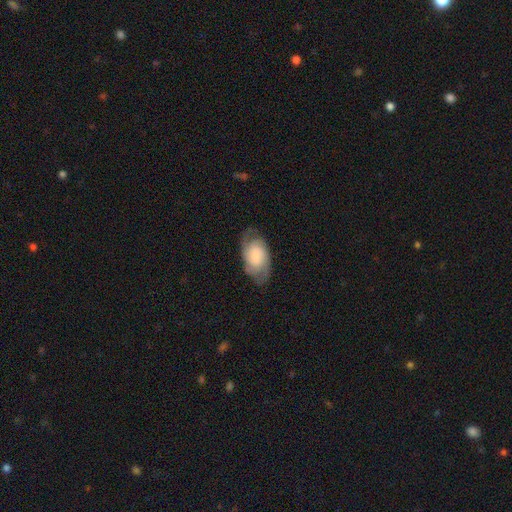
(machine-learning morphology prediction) A featured or disk galaxy (65%) with no bar (54%), 2 (58%) medium (44%) spiral arms (93%) and a small central bulge (40%).

Vote fractions:
- Smooth or featured? featured or disk: 65% / smooth: 28% / star or artifact: 7%
- Edge-on disk? no: 96% / yes: 4%
- Bar? no: 54% / weak: 37% / strong: 8%
- Spiral arms? yes: 93% / no: 7%
- Spiral winding? medium: 44% / tight: 42% / loose: 14%
- Spiral arm count? 2: 58% / can't tell: 20% / 3: 13% / 4: 4% / 1: 3% / more than 4: 3%
- Bulge size? small: 40% / moderate: 25% / none: 17% / large: 14% / dominant: 3%
- Merging? none: 71% / minor disturbance: 19% / major disturbance: 8% / merger: 1%